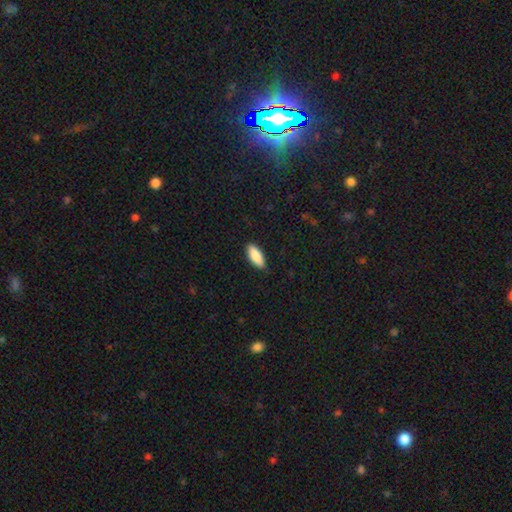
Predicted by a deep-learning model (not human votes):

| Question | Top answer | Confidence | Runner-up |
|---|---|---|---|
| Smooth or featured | smooth | 88% | featured or disk (6%) |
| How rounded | in between | 80% | cigar-shaped (18%) |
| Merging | none | 88% | minor disturbance (9%) |